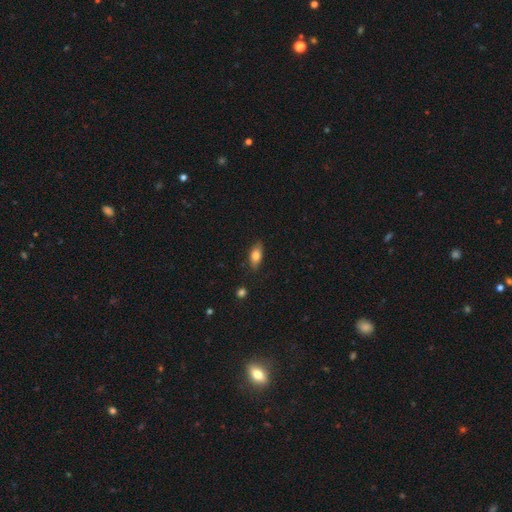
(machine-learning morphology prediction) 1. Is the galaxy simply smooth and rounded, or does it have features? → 78% smooth, 14% featured or disk, 7% star or artifact.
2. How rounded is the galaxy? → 86% in between, 9% cigar-shaped, 5% round.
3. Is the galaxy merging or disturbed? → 82% none, 14% minor disturbance, 3% major disturbance, 1% merger.